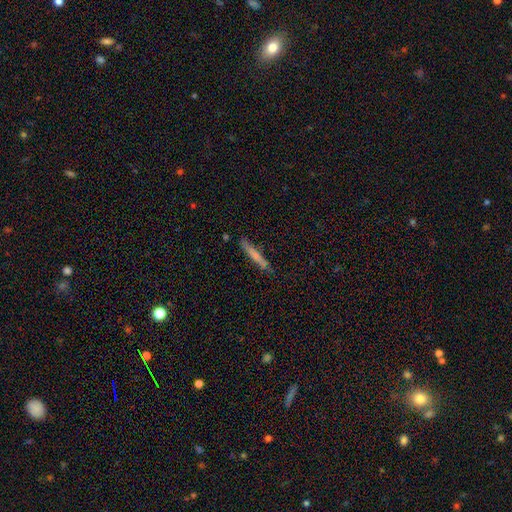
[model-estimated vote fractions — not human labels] The model was most divided on "smooth or featured": smooth: 66%, featured or disk: 28%, star or artifact: 6%. More confident: how rounded — cigar-shaped (95%); merging — none (81%).